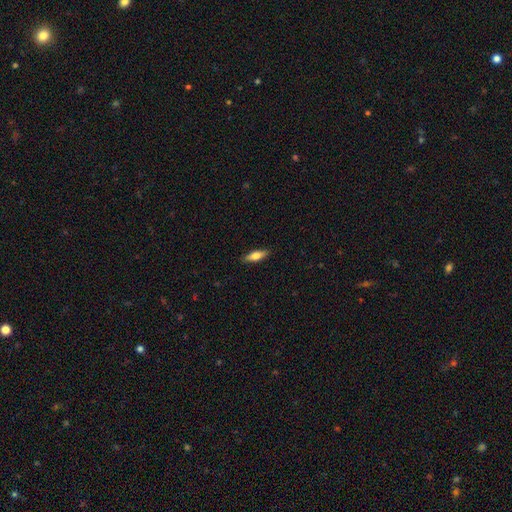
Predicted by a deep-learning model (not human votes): Smooth or featured: smooth — 64% (featured or disk — 30%)
How rounded: cigar-shaped — 49% (in between — 48%)
Merging: none — 89% (minor disturbance — 9%)